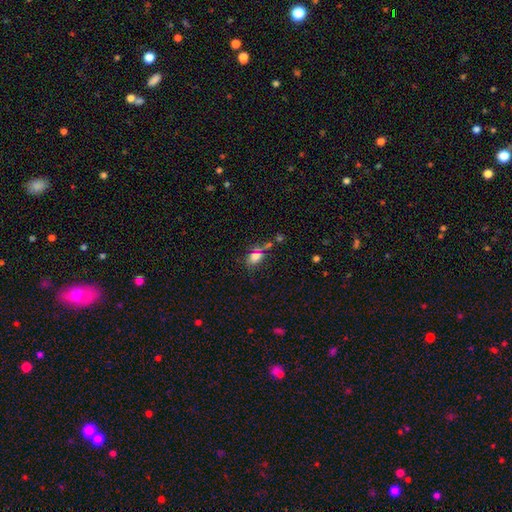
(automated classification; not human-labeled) Smooth or featured? smooth (67%)
How rounded? in between (70%)
Merging? none (57%)